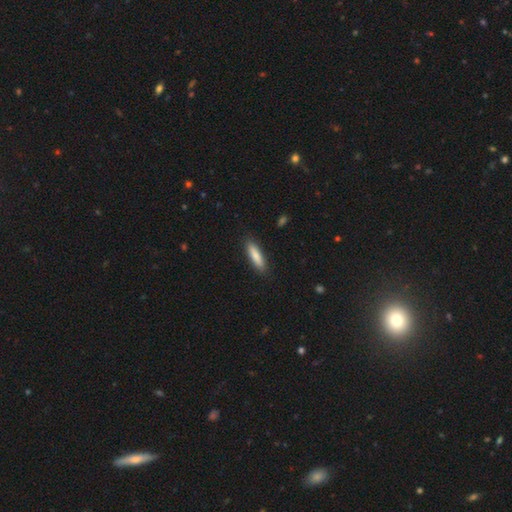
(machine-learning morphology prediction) Overall: smooth (83%). How rounded: cigar-shaped (69%). Merging: none (88%).